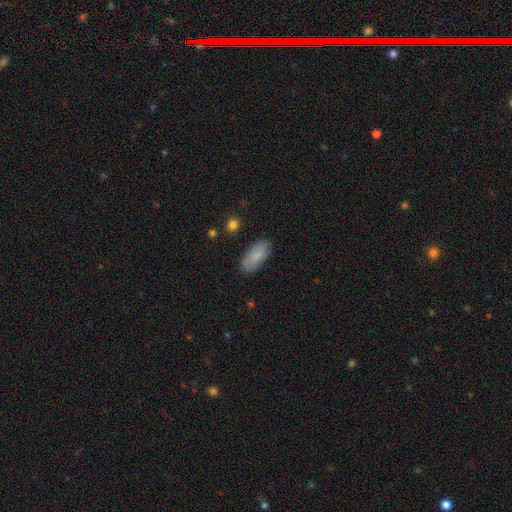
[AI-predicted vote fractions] Smooth or featured?
  - smooth: 80% *
  - featured or disk: 13%
  - star or artifact: 6%
How rounded?
  - in between: 89% *
  - cigar-shaped: 9%
  - round: 2%
Merging?
  - none: 86% *
  - minor disturbance: 11%
  - major disturbance: 2%
  - merger: 1%